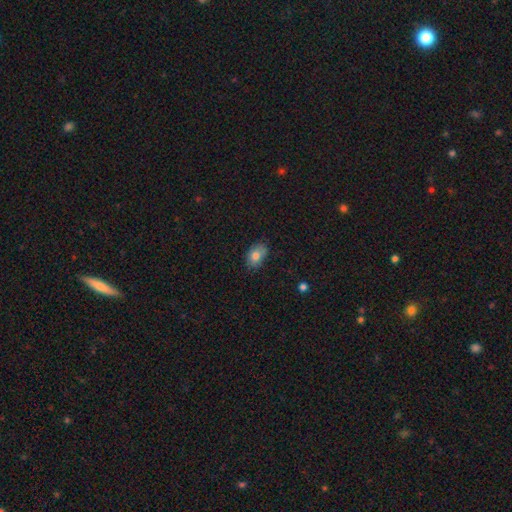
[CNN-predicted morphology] Smooth or featured: smooth — 80% (featured or disk — 12%)
How rounded: in between — 85% (round — 14%)
Merging: none — 77% (minor disturbance — 18%)